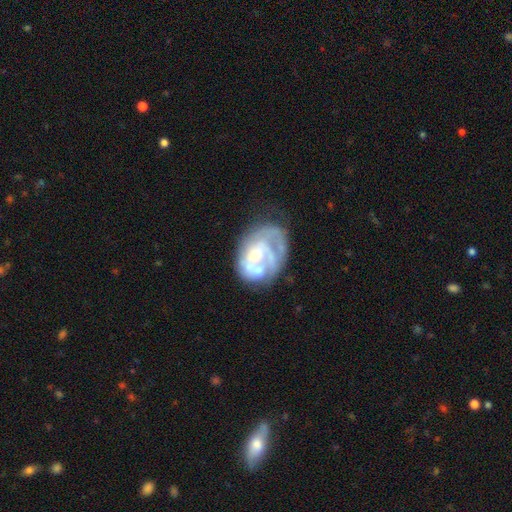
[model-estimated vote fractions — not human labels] Morphology: type=featured or disk (72%); edge-on=no (98%); bar=no (78%); spiral arms=yes (55%); bulge=small (47%); merging=none (36%).